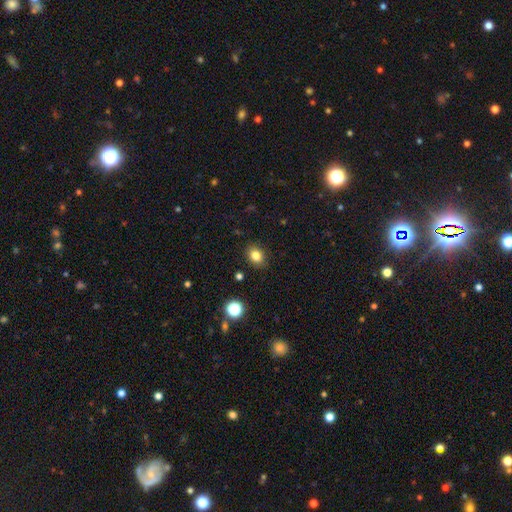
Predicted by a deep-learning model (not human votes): smooth 82%, star or artifact 12%, featured or disk 6%. Down the decision tree: how rounded — in between (57%); merging — none (88%).